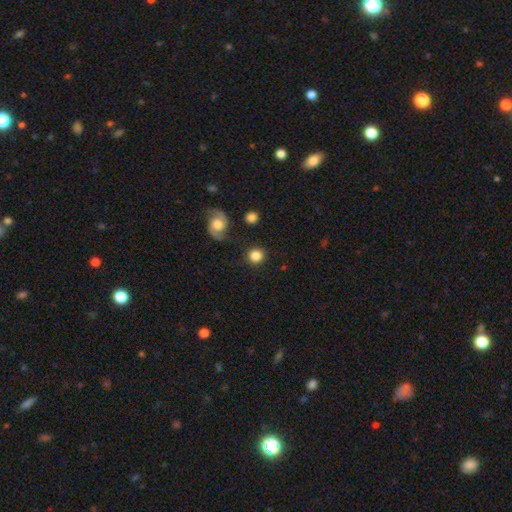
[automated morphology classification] A smooth galaxy with no disk features (82%) that is round (90%).

Vote fractions:
- Smooth or featured? smooth: 82% / featured or disk: 10% / star or artifact: 8%
- How rounded? round: 90% / in between: 9% / cigar-shaped: 1%
- Merging? none: 86% / minor disturbance: 8% / merger: 3% / major disturbance: 3%